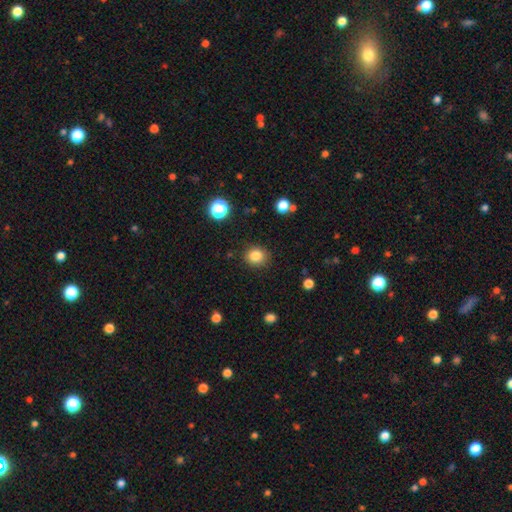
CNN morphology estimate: smooth 84%, star or artifact 11%, featured or disk 5%. Down the decision tree: how rounded — round (79%); merging — none (87%).